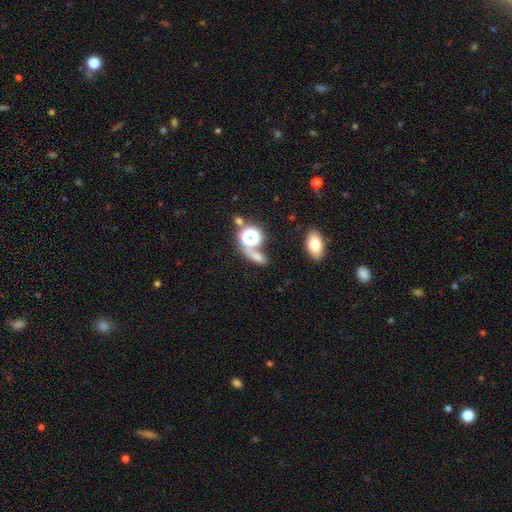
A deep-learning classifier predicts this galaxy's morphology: Smooth or featured? Predicted: smooth (p=0.58). How rounded? Predicted: in between (p=0.48). Merging? Predicted: none (p=0.54).